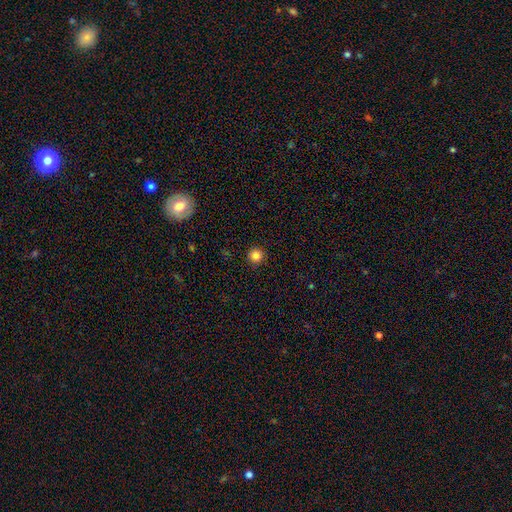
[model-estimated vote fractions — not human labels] The model was most divided on "smooth or featured": smooth: 84%, star or artifact: 12%, featured or disk: 4%. More confident: how rounded — round (96%); merging — none (93%).